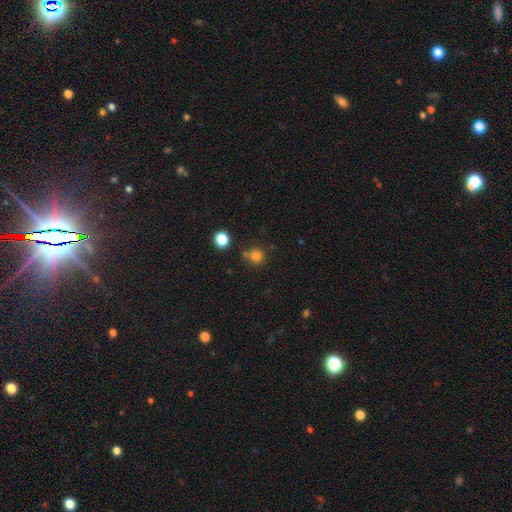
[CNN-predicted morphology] Q: Smooth or featured?
A: smooth (79%); runner-up: star or artifact (15%)
Q: How rounded?
A: round (91%); runner-up: in between (8%)
Q: Merging?
A: none (71%); runner-up: merger (16%)